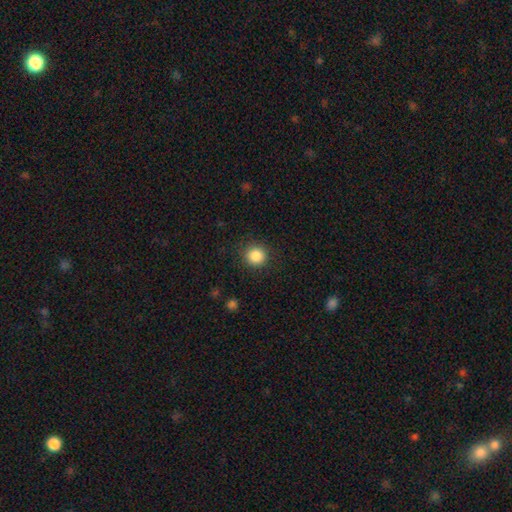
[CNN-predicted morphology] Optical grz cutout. It shows a smooth galaxy with no disk features (86%) that is round (93%). Merging: none (89%).